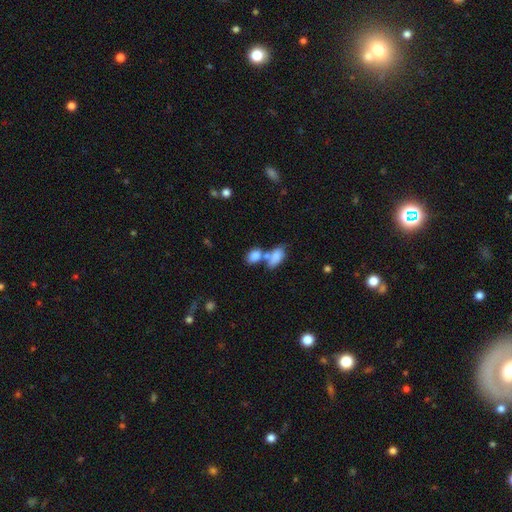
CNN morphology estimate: type=smooth (82%); roundness=in between (83%); merging=merger (51%).